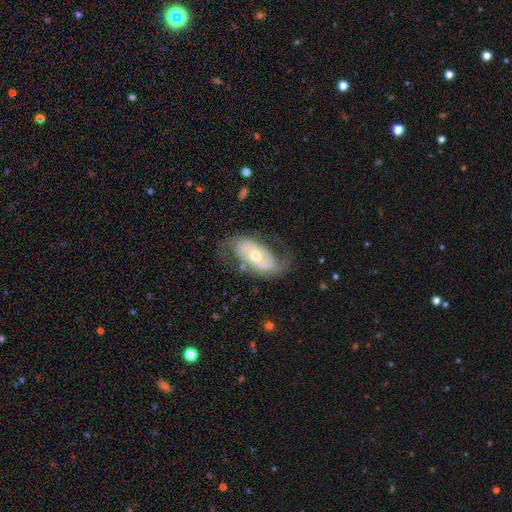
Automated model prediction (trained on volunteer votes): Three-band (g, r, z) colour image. It shows a featured or disk galaxy (79%) with no bar (53%), 2 (85%) medium (42%) spiral arms (87%) and a moderate central bulge (52%). Merging: none (67%).